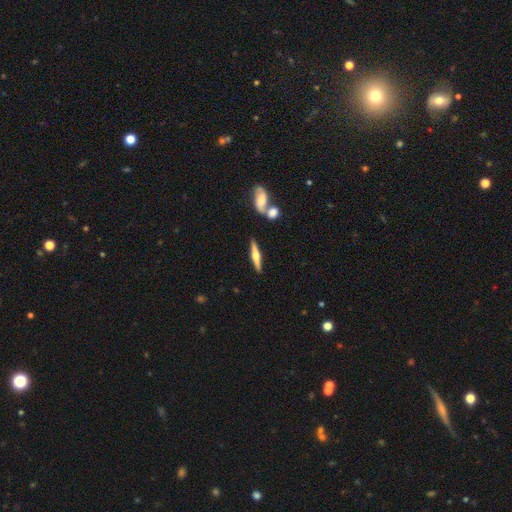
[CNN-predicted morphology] smooth-or-featured: featured or disk: 66% | smooth: 29% | star or artifact: 5%
  disk-edge-on: yes: 96% | no: 4%
    edge-on-bulge: rounded: 91% | boxy: 5% | none: 3%
  merging: none: 82% | minor disturbance: 9% | merger: 7% | major disturbance: 2%